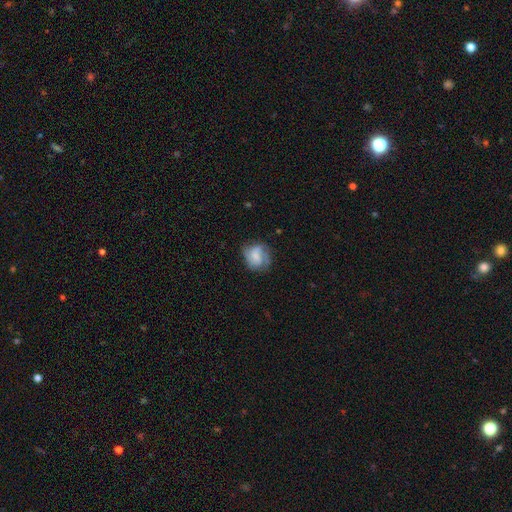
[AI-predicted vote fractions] Smooth or featured?
  - featured or disk: 58% *
  - smooth: 34%
  - star or artifact: 8%
Edge-on disk?
  - no: 98% *
  - yes: 2%
Bar?
  - no: 50% *
  - weak: 41%
  - strong: 9%
Spiral arms?
  - yes: 85% *
  - no: 15%
Bulge size?
  - small: 47% *
  - moderate: 32%
  - none: 16%
  - large: 4%
  - dominant: 1%
Merging?
  - none: 62% *
  - minor disturbance: 24%
  - major disturbance: 12%
  - merger: 2%